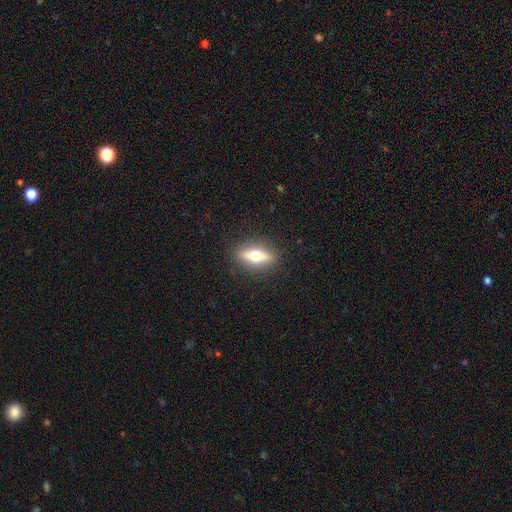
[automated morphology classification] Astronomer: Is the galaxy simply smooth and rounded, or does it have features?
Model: smooth — 48% (runner-up: featured or disk, 45%).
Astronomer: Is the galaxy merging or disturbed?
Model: none — 88%.